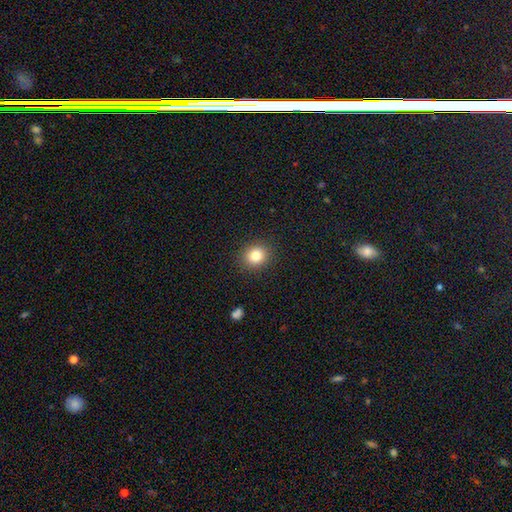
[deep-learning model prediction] smooth_or_featured: smooth (p=0.82) [alt: star or artifact p=0.11]
how_rounded: round (p=0.82) [alt: in between p=0.18]
merging: none (p=0.90) [alt: minor disturbance p=0.06]